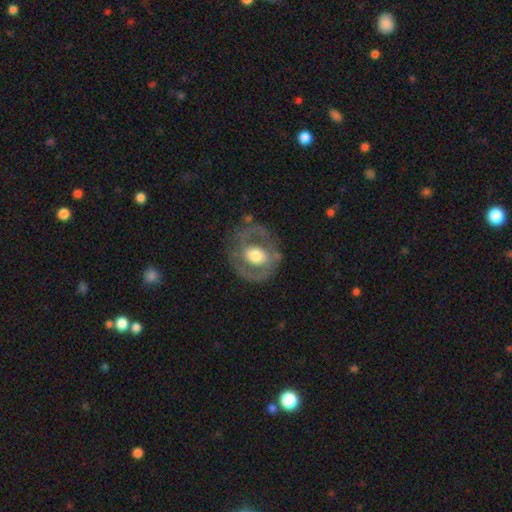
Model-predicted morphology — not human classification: Q: Smooth or featured?
A: featured or disk (68%); runner-up: smooth (26%)
Q: Edge-on disk?
A: no (96%); runner-up: yes (4%)
Q: Bar?
A: no (54%); runner-up: weak (31%)
Q: Spiral arms?
A: yes (55%); runner-up: no (45%)
Q: Bulge size?
A: moderate (57%); runner-up: large (32%)
Q: Merging?
A: none (67%); runner-up: minor disturbance (17%)